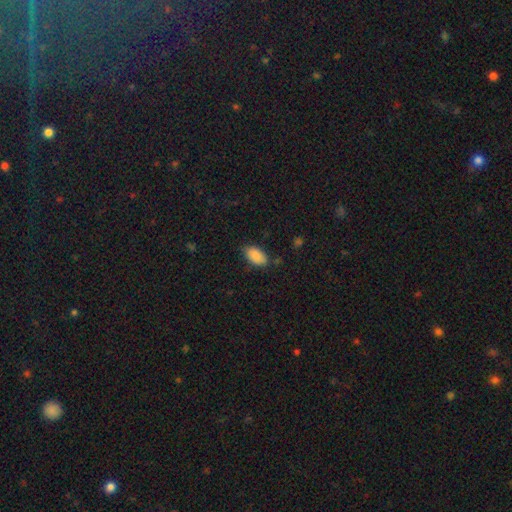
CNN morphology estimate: This appears to be a smooth galaxy with no disk features (88%) that is in between round and cigar-shaped (94%). Merging: none (80%).